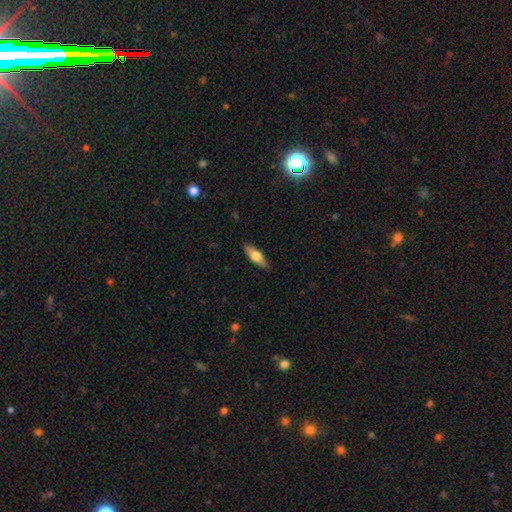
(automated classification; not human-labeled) Smooth or featured: smooth — 62% (featured or disk — 32%)
How rounded: in between — 55% (cigar-shaped — 42%)
Merging: none — 89% (minor disturbance — 8%)